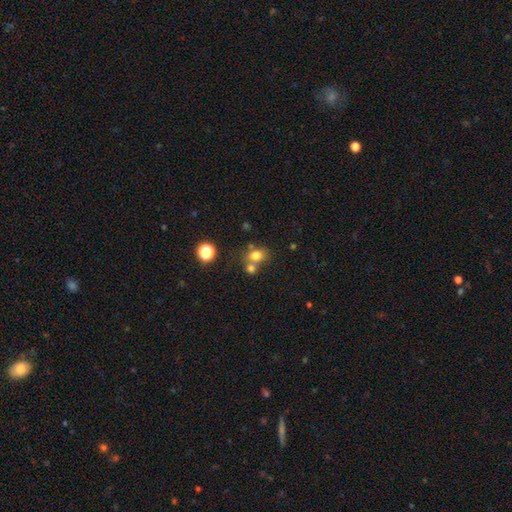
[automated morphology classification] Smooth or featured? Predicted: smooth (p=0.75). How rounded? Predicted: round (p=0.57). Merging? Predicted: none (p=0.48).